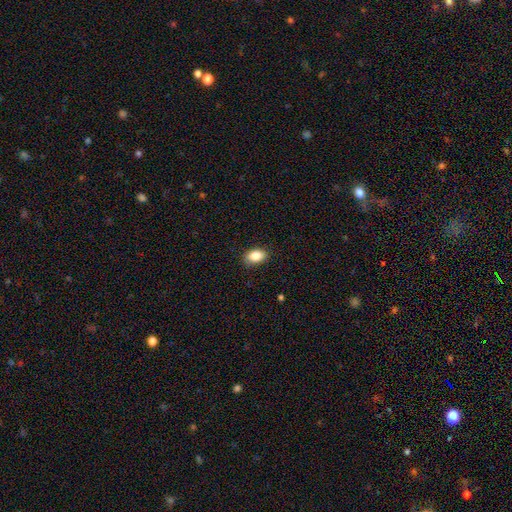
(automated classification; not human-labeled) A smooth galaxy with no disk features (86%) that is in between round and cigar-shaped (87%). Merging: none (85%).